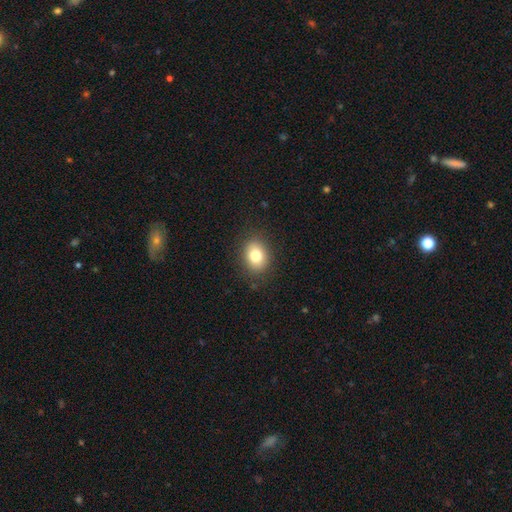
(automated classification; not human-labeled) The model was most divided on "how rounded": in between: 59%, round: 40%, cigar-shaped: 1%. More confident: merging — none (87%); smooth or featured — smooth (80%).